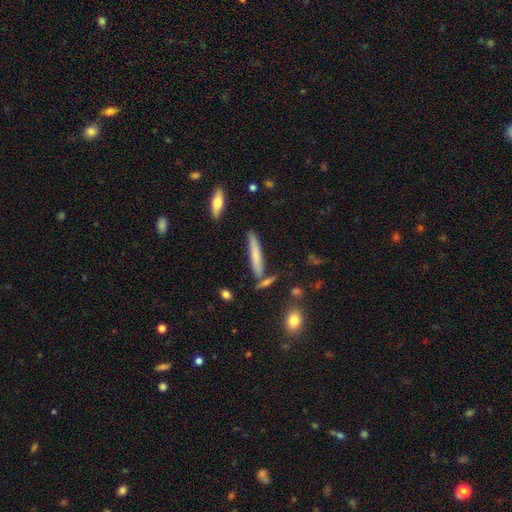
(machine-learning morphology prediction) Smooth or featured: smooth — 65% (featured or disk — 27%)
How rounded: cigar-shaped — 92% (in between — 7%)
Merging: none — 76% (minor disturbance — 13%)